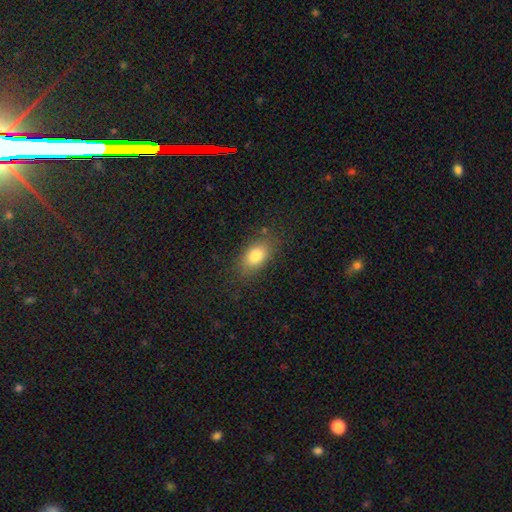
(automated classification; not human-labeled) A smooth galaxy with no disk features (80%) that is in between round and cigar-shaped (86%).

Vote fractions:
- Smooth or featured? smooth: 80% / featured or disk: 11% / star or artifact: 9%
- How rounded? in between: 86% / round: 11% / cigar-shaped: 3%
- Merging? none: 81% / minor disturbance: 13% / major disturbance: 4% / merger: 1%